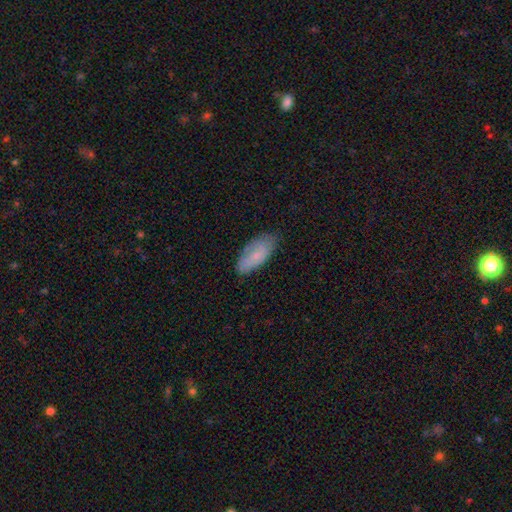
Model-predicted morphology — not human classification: This is likely a smooth galaxy (69%). How rounded: clearly in between (86%). Merging: likely none (71%).